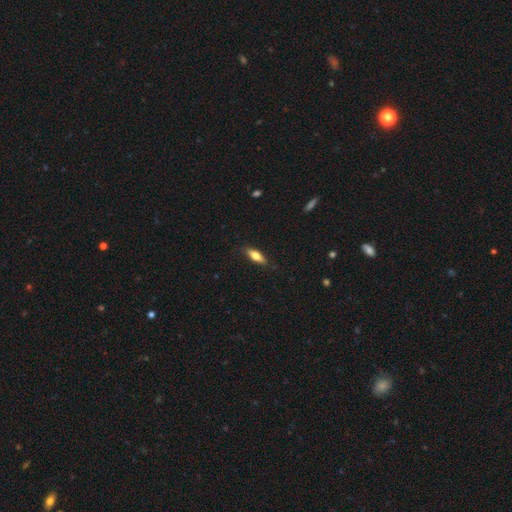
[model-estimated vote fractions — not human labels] Smooth or featured: smooth — 67% (featured or disk — 27%)
How rounded: in between — 57% (cigar-shaped — 40%)
Merging: none — 86% (minor disturbance — 11%)